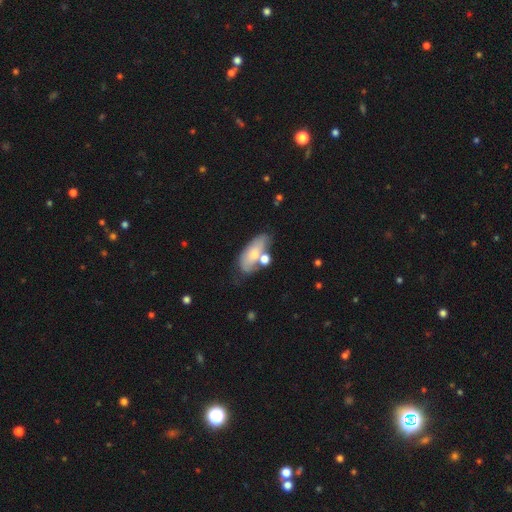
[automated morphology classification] This is likely a smooth galaxy (65%). How rounded: clearly in between (86%). Merging: marginally none (44%).